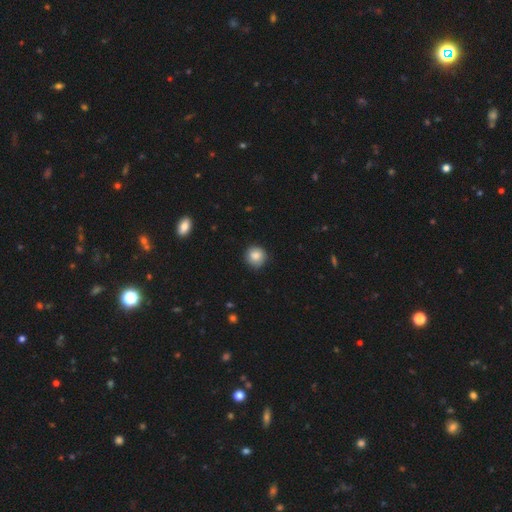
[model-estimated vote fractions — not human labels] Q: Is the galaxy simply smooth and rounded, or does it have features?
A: smooth — 85%.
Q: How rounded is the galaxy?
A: round — 91%.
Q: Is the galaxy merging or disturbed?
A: none — 85%.